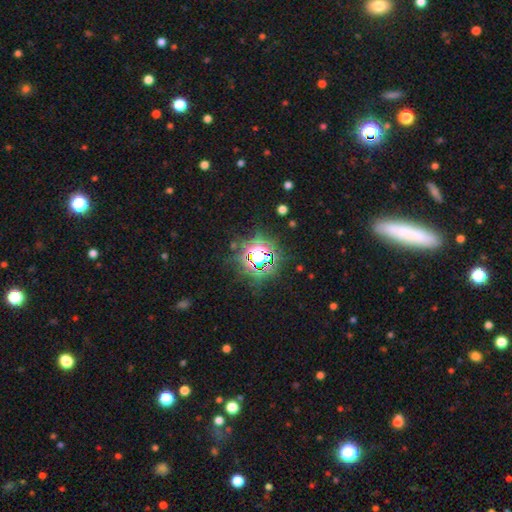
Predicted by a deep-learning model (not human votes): This is likely a star or artifact rather than a galaxy (78%).